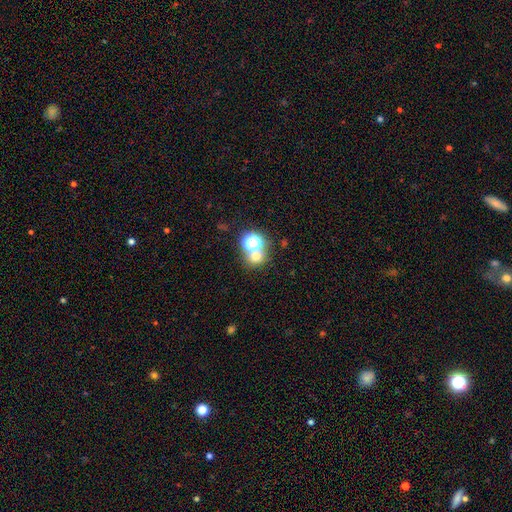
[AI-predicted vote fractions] smooth_or_featured: smooth (p=0.62) [alt: star or artifact p=0.28]
how_rounded: round (p=0.82) [alt: in between p=0.17]
merging: none (p=0.54) [alt: merger p=0.35]